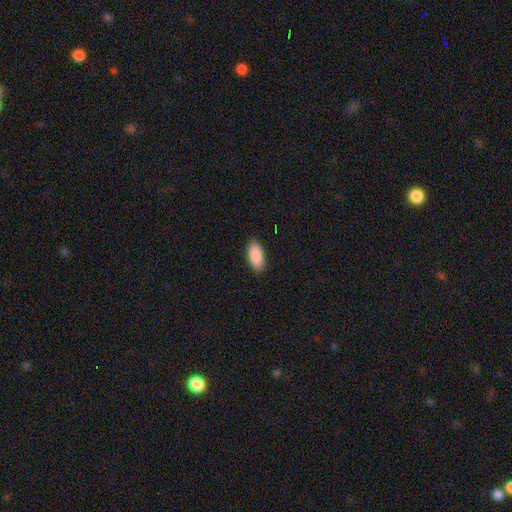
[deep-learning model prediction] smooth 91%, star or artifact 6%, featured or disk 3%. Down the decision tree: how rounded — in between (89%); merging — none (89%).